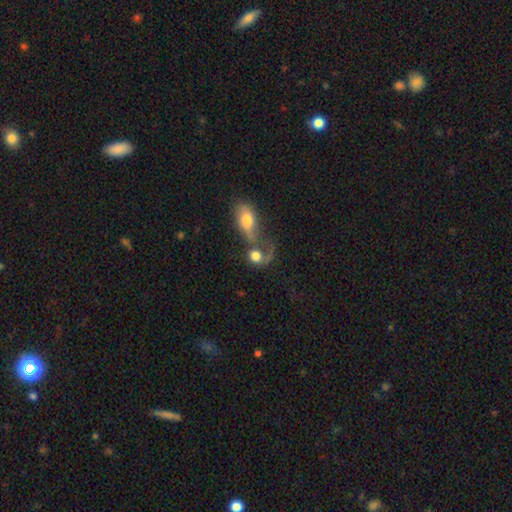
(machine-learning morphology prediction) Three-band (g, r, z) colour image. It shows a smooth galaxy with no disk features (71%) that is round (56%). Merging: merger (52%).